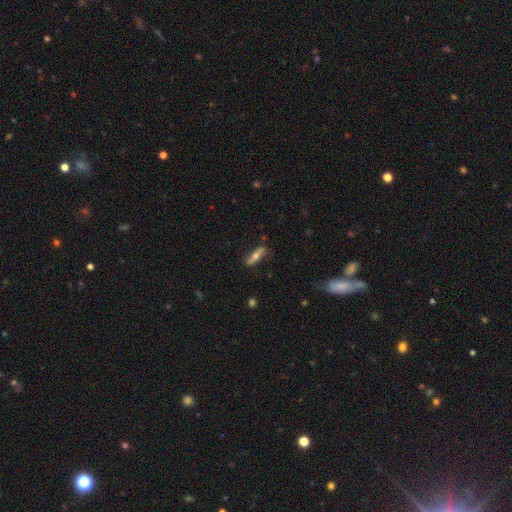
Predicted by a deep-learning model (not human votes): Smooth or featured: featured or disk — 50% (smooth — 43%)
Edge-on disk: yes — 70% (no — 30%)
Merging: none — 79% (minor disturbance — 15%)